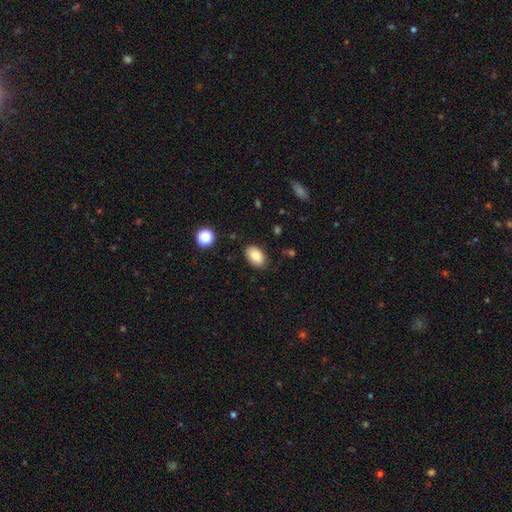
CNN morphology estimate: smooth-or-featured: smooth: 85% | star or artifact: 8% | featured or disk: 7%
  how-rounded: in between: 90% | round: 9% | cigar-shaped: 1%
  merging: none: 84% | minor disturbance: 12% | major disturbance: 3% | merger: 1%